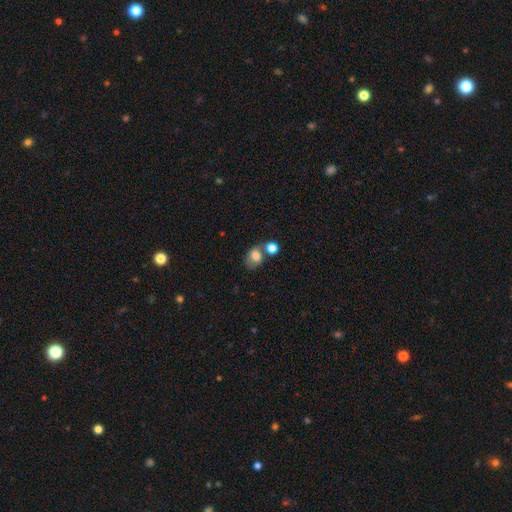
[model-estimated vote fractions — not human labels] Smooth or featured? Predicted: smooth (p=0.77). How rounded? Predicted: in between (p=0.55). Merging? Predicted: none (p=0.42).